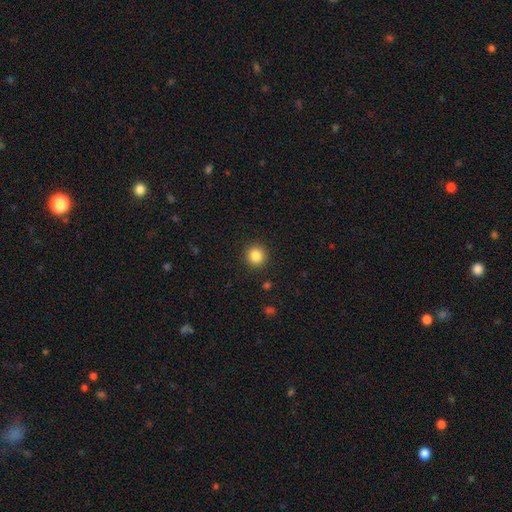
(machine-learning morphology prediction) smooth_or_featured: smooth (p=0.85) [alt: star or artifact p=0.10]
how_rounded: round (p=0.93) [alt: in between p=0.06]
merging: none (p=0.92) [alt: minor disturbance p=0.05]